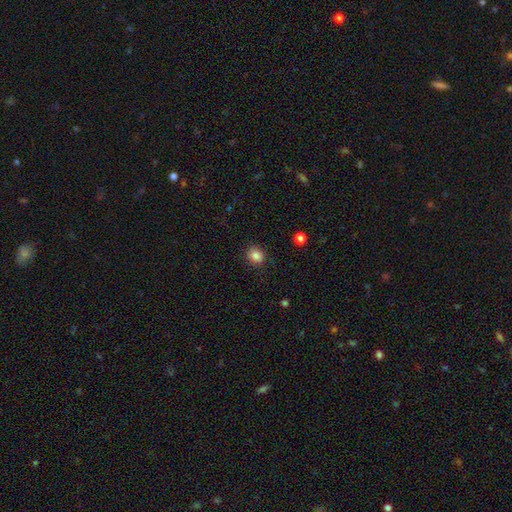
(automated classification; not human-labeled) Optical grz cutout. It shows a smooth galaxy with no disk features (85%) that is round (65%). Merging: none (87%).